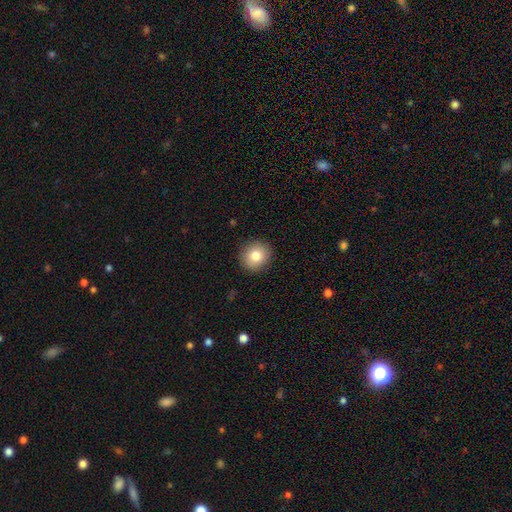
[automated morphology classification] This is clearly a smooth galaxy (81%). How rounded: clearly round (89%). Merging: clearly none (91%).